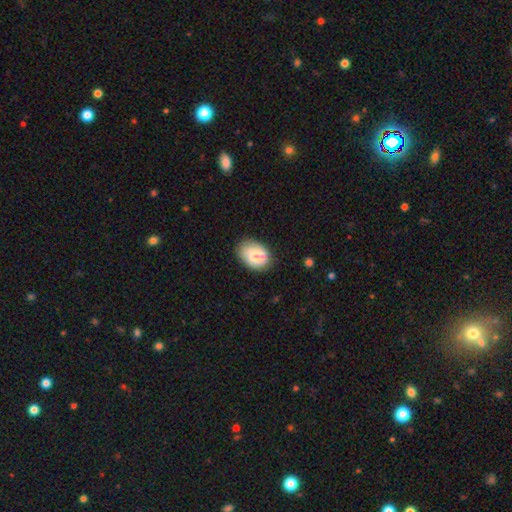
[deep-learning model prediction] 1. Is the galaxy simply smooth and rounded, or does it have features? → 72% smooth, 21% featured or disk, 7% star or artifact.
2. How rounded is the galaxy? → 72% in between, 27% round, 1% cigar-shaped.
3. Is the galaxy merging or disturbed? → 72% none, 22% minor disturbance, 5% major disturbance, 1% merger.